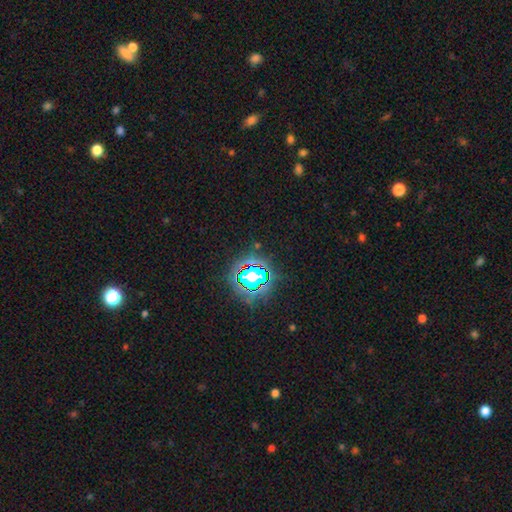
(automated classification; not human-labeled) Morphology: type=star or artifact (82%).